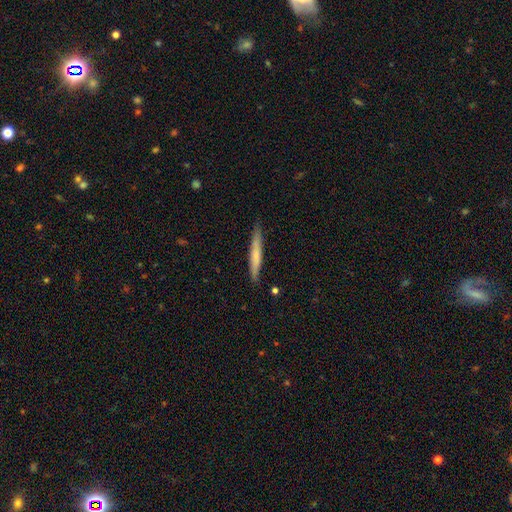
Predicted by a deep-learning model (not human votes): Overall: smooth (60%; featured or disk 34%). How rounded: cigar-shaped (95%). Merging: none (87%).